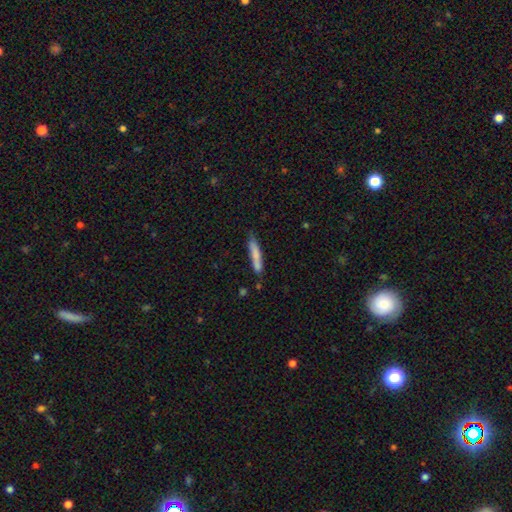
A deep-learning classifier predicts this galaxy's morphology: This appears to be a smooth galaxy with no disk features (76%) that is cigar-shaped (92%). Merging: none (70%).